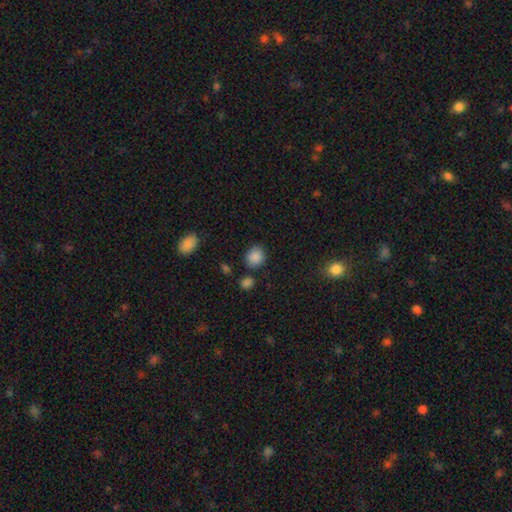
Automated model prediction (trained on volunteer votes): Overall: smooth (86%). How rounded: round (73%). Merging: none (79%).